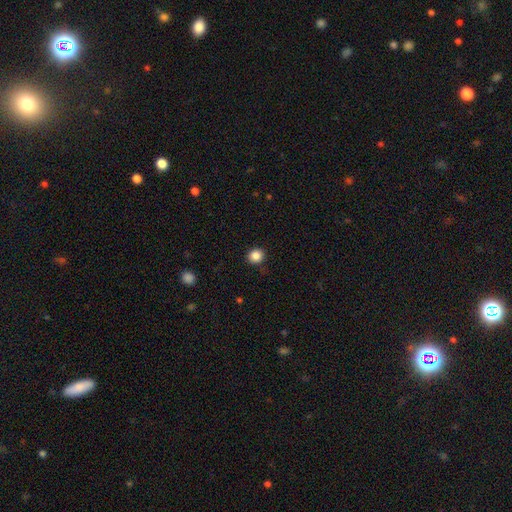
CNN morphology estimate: Smooth or featured: smooth — 87% (star or artifact — 10%)
How rounded: round — 85% (in between — 14%)
Merging: none — 90% (minor disturbance — 7%)